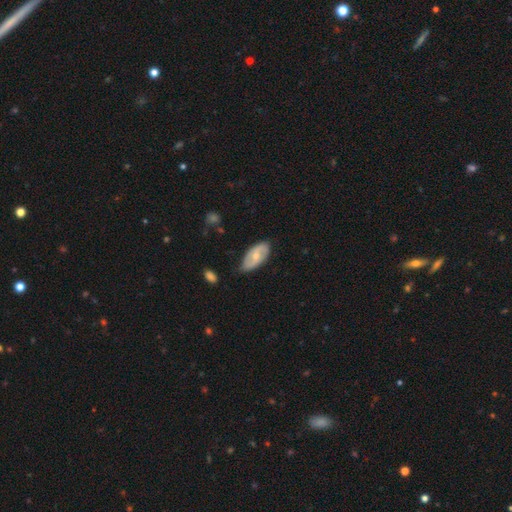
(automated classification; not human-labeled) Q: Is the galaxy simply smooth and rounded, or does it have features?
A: featured or disk — 55%.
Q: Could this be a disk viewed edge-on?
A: no — 92%.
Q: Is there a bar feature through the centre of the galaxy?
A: no — 47%.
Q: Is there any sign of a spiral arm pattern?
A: yes — 75%.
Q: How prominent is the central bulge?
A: small — 48%.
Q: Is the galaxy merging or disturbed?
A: none — 74%.